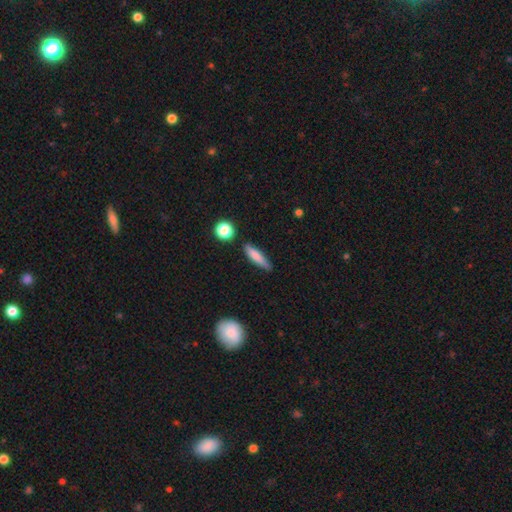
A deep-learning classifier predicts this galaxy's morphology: smooth-or-featured: smooth: 75% | featured or disk: 17% | star or artifact: 8%
  how-rounded: cigar-shaped: 77% | in between: 20% | round: 3%
  merging: none: 77% | minor disturbance: 17% | major disturbance: 3% | merger: 3%